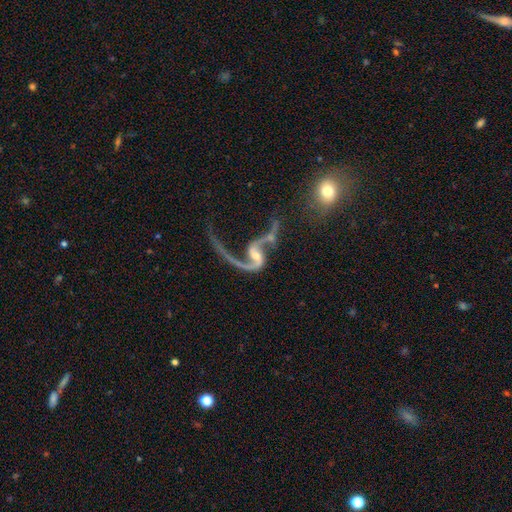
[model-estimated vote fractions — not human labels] smooth-or-featured: featured or disk: 89% | star or artifact: 7% | smooth: 5%
  disk-edge-on: no: 97% | yes: 3%
    bar: no: 40% | weak: 38% | strong: 22%
    has-spiral-arms: yes: 94% | no: 6%
      spiral-winding: loose: 81% | medium: 15% | tight: 4%
      spiral-arm-count: 2: 78% | 1: 16% | can't tell: 2% | 3: 1% | 4: 1% | more than 4: 1%
    bulge-size: small: 55% | moderate: 32% | none: 9% | large: 3% | dominant: 1%
  merging: major disturbance: 37% | none: 28% | merger: 22% | minor disturbance: 13%